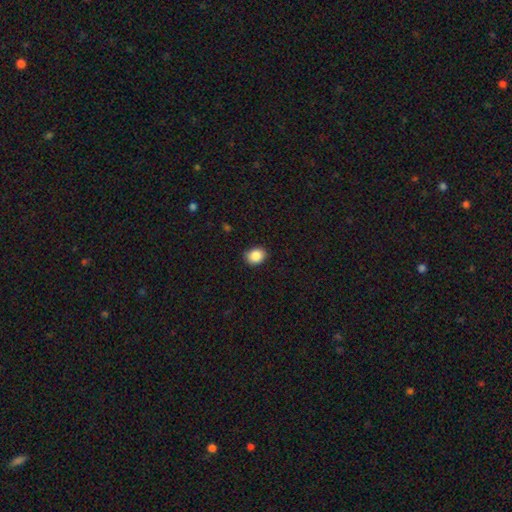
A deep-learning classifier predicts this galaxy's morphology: This appears to be a smooth galaxy with no disk features (87%) that is round (58%). Merging: none (86%).